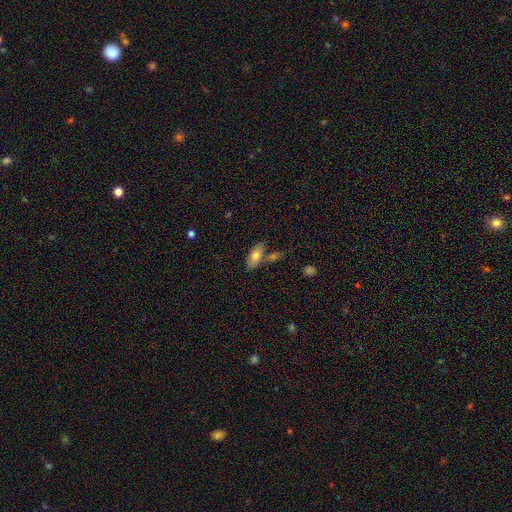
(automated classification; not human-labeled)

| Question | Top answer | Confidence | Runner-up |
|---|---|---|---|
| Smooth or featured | smooth | 73% | featured or disk (20%) |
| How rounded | in between | 87% | cigar-shaped (10%) |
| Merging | none | 62% | merger (18%) |